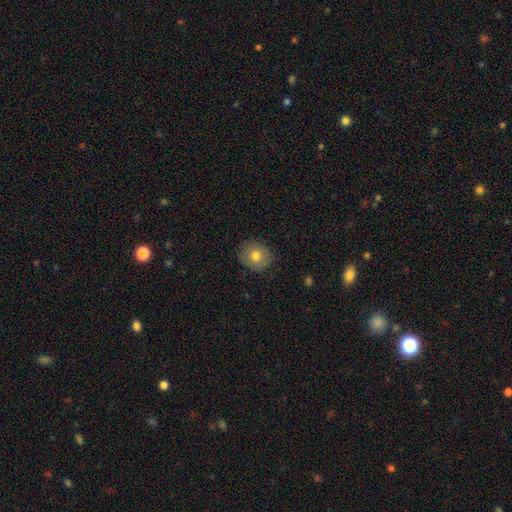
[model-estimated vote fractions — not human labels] A smooth galaxy with no disk features (75%) that is round (79%).

Vote fractions:
- Smooth or featured? smooth: 75% / featured or disk: 16% / star or artifact: 10%
- How rounded? round: 79% / in between: 20% / cigar-shaped: 1%
- Merging? none: 85% / minor disturbance: 11% / major disturbance: 3% / merger: 1%